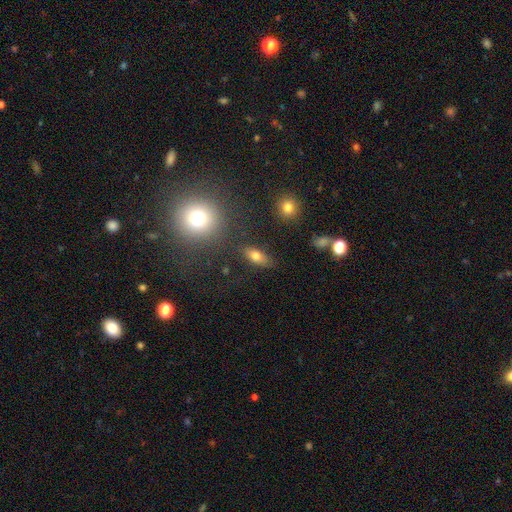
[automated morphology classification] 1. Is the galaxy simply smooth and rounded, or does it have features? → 72% smooth, 17% featured or disk, 11% star or artifact.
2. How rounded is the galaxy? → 79% in between, 14% cigar-shaped, 7% round.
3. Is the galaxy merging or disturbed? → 80% none, 13% minor disturbance, 4% major disturbance, 3% merger.